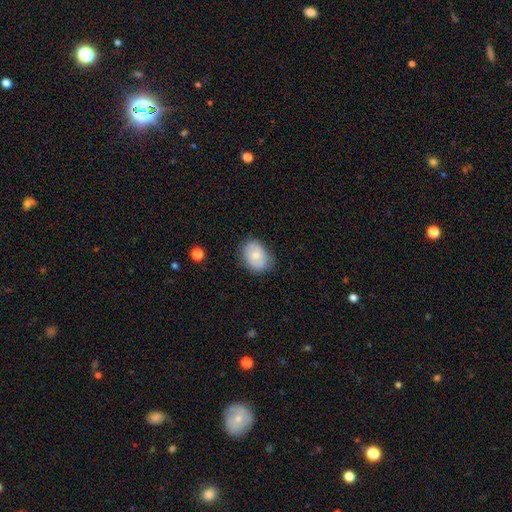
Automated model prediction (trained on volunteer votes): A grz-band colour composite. It shows a smooth galaxy with no disk features (68%) that is in between round and cigar-shaped (69%). Merging: none (74%).